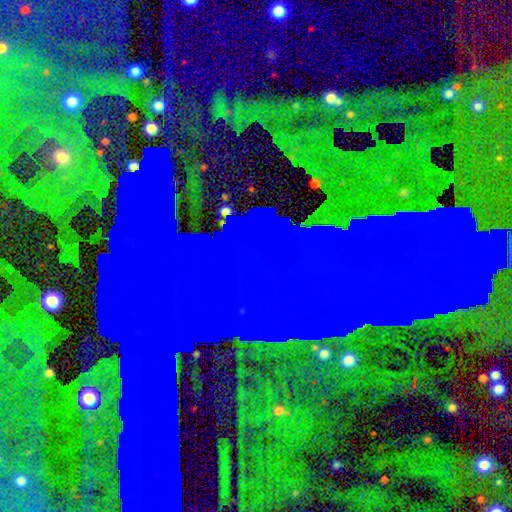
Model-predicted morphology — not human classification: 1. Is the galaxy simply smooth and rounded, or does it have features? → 85% star or artifact, 8% smooth, 8% featured or disk.